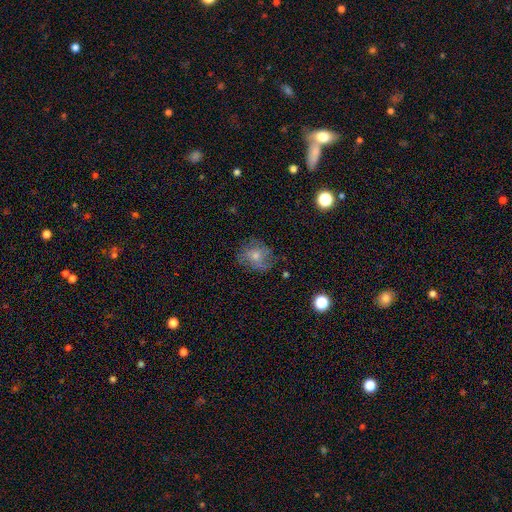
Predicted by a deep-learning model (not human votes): The model was most divided on "smooth or featured": featured or disk: 43%, smooth: 42%, star or artifact: 15%. More confident: merging — none (69%).